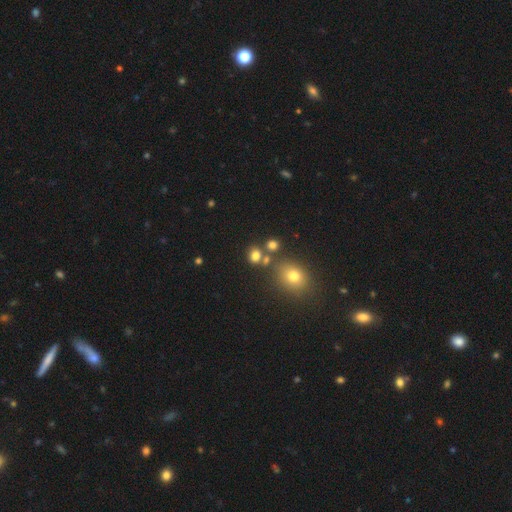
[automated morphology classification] smooth-or-featured: smooth: 76% | star or artifact: 17% | featured or disk: 8%
  how-rounded: round: 65% | in between: 34% | cigar-shaped: 1%
  merging: none: 65% | merger: 20% | minor disturbance: 10% | major disturbance: 5%